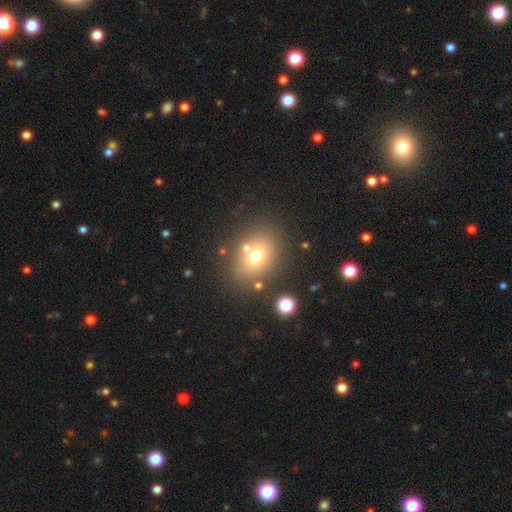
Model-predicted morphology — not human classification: Smooth or featured? smooth (68%)
How rounded? in between (56%)
Merging? none (72%)